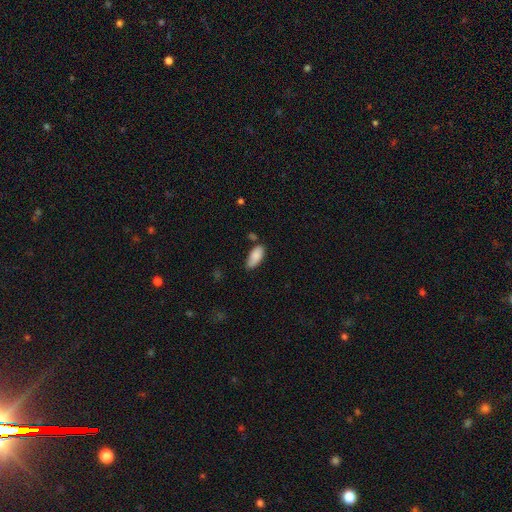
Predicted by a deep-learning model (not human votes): Smooth or featured: smooth — 86% (featured or disk — 8%)
How rounded: in between — 89% (cigar-shaped — 9%)
Merging: none — 65% (minor disturbance — 26%)